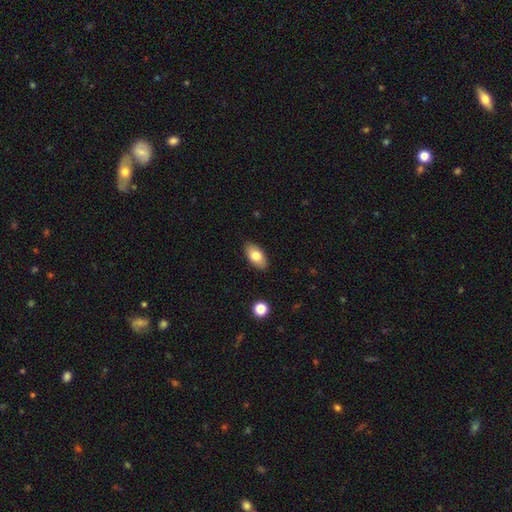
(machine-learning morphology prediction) A smooth galaxy with no disk features (78%) that is in between round and cigar-shaped (92%).

Vote fractions:
- Smooth or featured? smooth: 78% / featured or disk: 15% / star or artifact: 7%
- How rounded? in between: 92% / round: 5% / cigar-shaped: 3%
- Merging? none: 87% / minor disturbance: 10% / major disturbance: 2% / merger: 1%